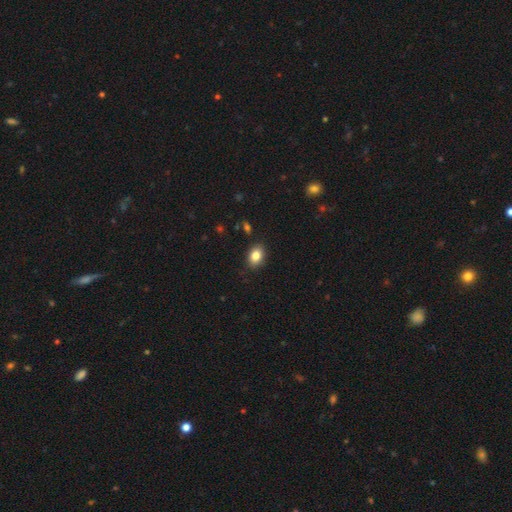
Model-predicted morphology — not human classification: Smooth or featured?
  - smooth: 84% *
  - star or artifact: 9%
  - featured or disk: 7%
How rounded?
  - in between: 78% *
  - round: 21%
  - cigar-shaped: 1%
Merging?
  - none: 87% *
  - minor disturbance: 9%
  - major disturbance: 2%
  - merger: 1%